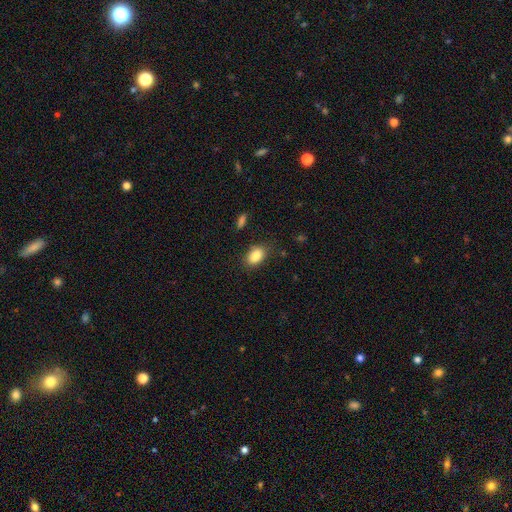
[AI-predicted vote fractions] smooth-or-featured: smooth: 85% | star or artifact: 8% | featured or disk: 6%
  how-rounded: in between: 88% | round: 10% | cigar-shaped: 2%
  merging: none: 81% | minor disturbance: 13% | major disturbance: 4% | merger: 2%